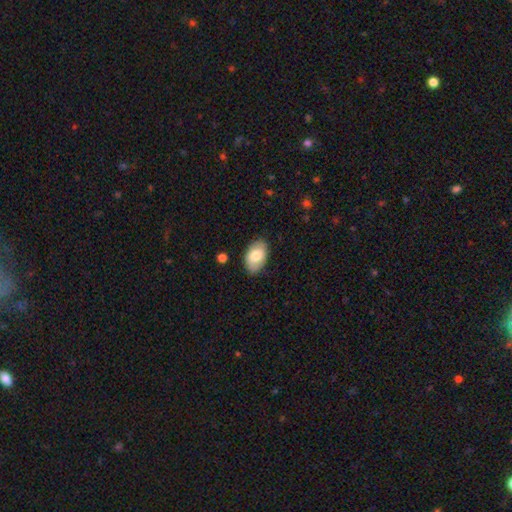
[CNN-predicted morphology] Smooth or featured? smooth (77%)
How rounded? in between (92%)
Merging? none (83%)